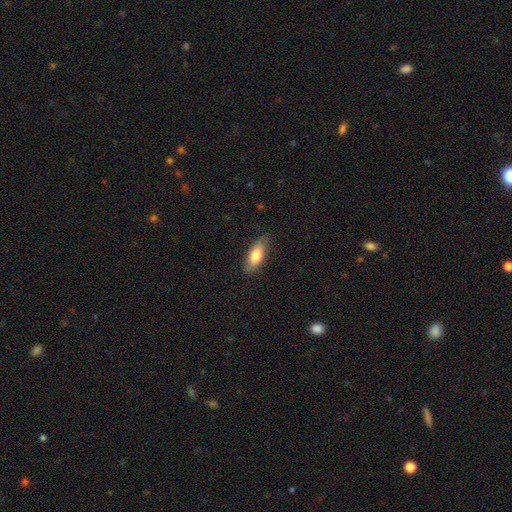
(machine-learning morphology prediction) smooth 76%, featured or disk 18%, star or artifact 6%. Down the decision tree: how rounded — in between (75%); merging — none (82%).